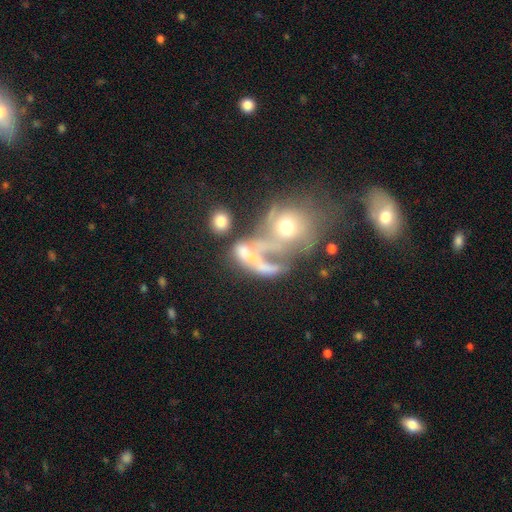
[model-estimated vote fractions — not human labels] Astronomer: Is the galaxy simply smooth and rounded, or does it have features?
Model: featured or disk — 42% (runner-up: smooth, 40%).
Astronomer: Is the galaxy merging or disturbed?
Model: merger — 50%.